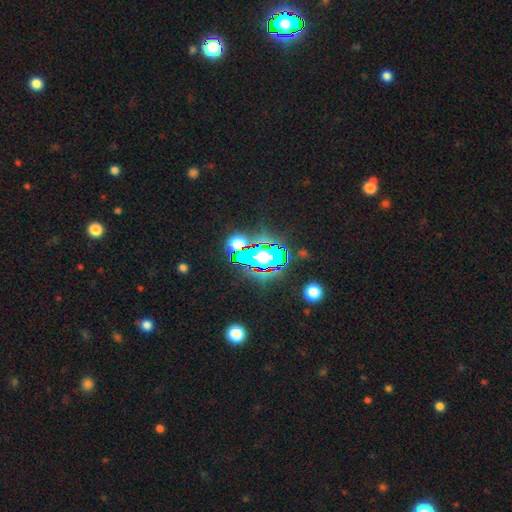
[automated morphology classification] star or artifact 72%, smooth 16%, featured or disk 12%.